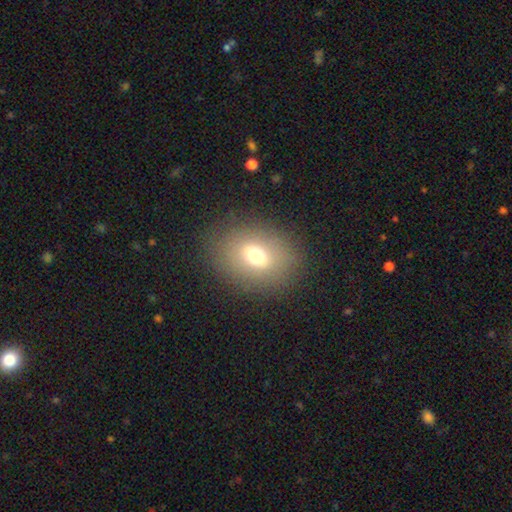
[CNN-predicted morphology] A smooth galaxy with no disk features (62%) that is in between round and cigar-shaped (54%).

Vote fractions:
- Smooth or featured? smooth: 62% / featured or disk: 22% / star or artifact: 16%
- How rounded? in between: 54% / round: 45% / cigar-shaped: 1%
- Merging? none: 83% / minor disturbance: 10% / major disturbance: 6% / merger: 1%